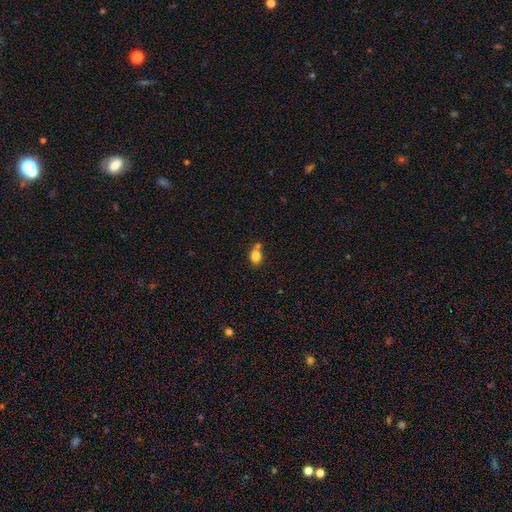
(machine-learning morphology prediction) This is clearly a smooth galaxy (83%). How rounded: likely in between (63%). Merging: possibly none (51%).